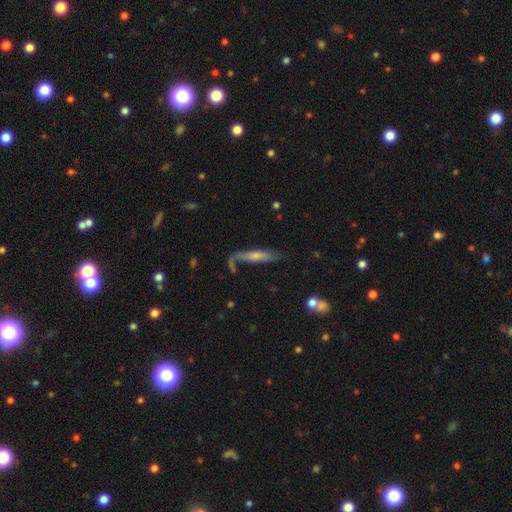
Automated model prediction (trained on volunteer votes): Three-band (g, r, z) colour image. It shows a featured or disk galaxy (49%). Merging: none (53%).